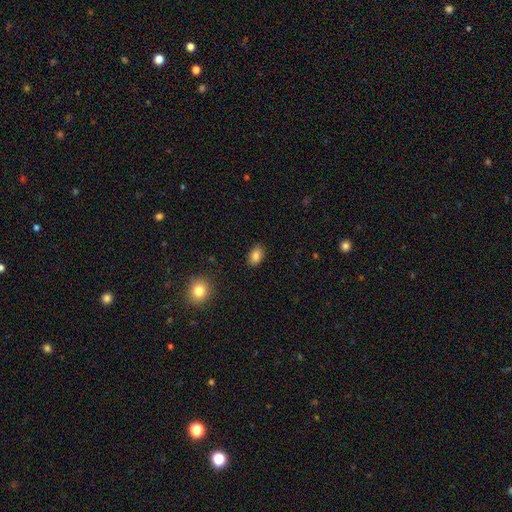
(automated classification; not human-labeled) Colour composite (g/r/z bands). It shows a smooth galaxy with no disk features (85%) that is in between round and cigar-shaped (83%). Merging: none (87%).